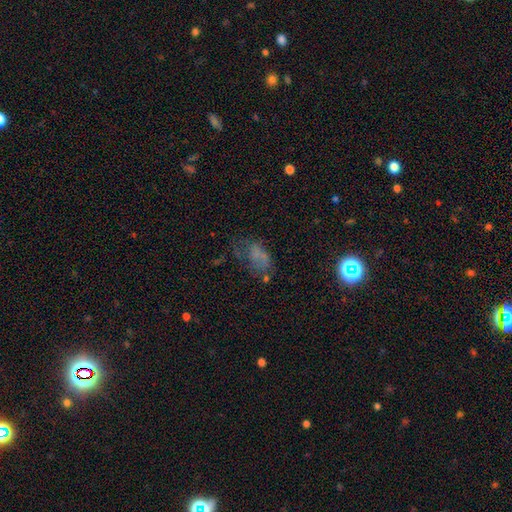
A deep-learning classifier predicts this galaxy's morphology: Smooth or featured: smooth — 47% (featured or disk — 28%)
Merging: none — 39% (major disturbance — 30%)